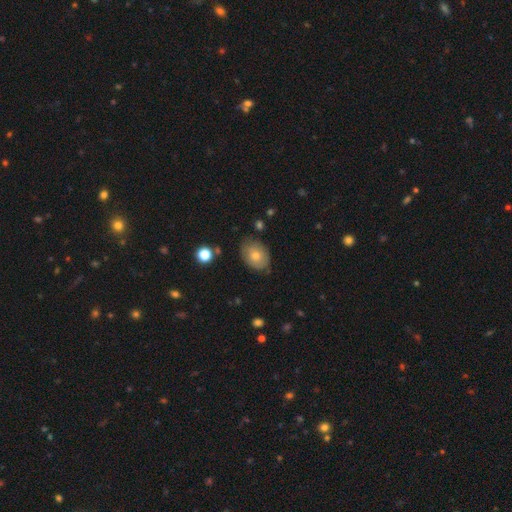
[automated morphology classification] smooth_or_featured: smooth (p=0.72) [alt: featured or disk p=0.20]
how_rounded: in between (p=0.74) [alt: round p=0.25]
merging: none (p=0.72) [alt: minor disturbance p=0.21]